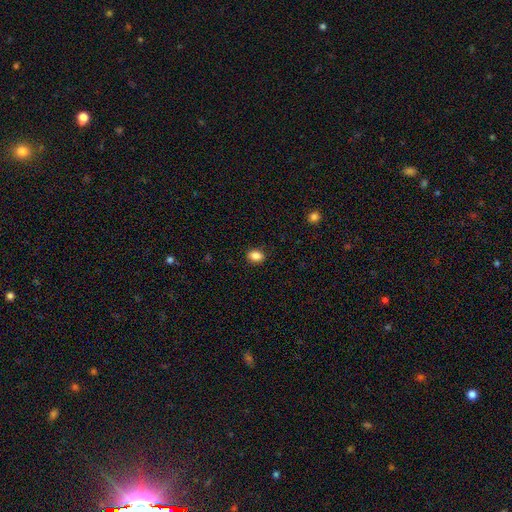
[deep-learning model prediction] This appears to be a smooth galaxy with no disk features (87%) that is in between round and cigar-shaped (59%). Merging: none (89%).